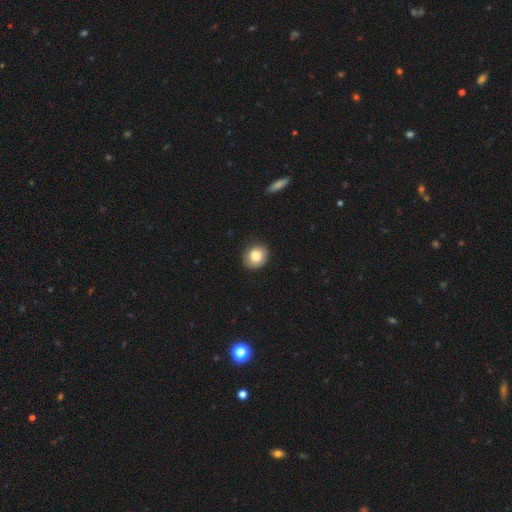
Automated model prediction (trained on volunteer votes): smooth-or-featured: smooth: 83% | featured or disk: 9% | star or artifact: 8%
  how-rounded: round: 76% | in between: 23% | cigar-shaped: 1%
  merging: none: 85% | minor disturbance: 12% | major disturbance: 2% | merger: 1%